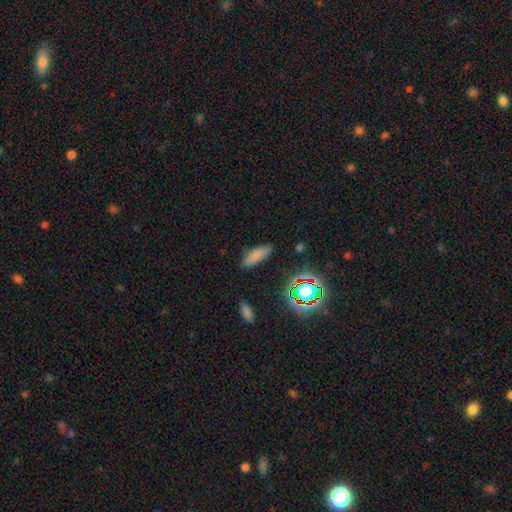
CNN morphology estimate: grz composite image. It shows a smooth galaxy with no disk features (76%) that is in between round and cigar-shaped (55%). Merging: none (83%).